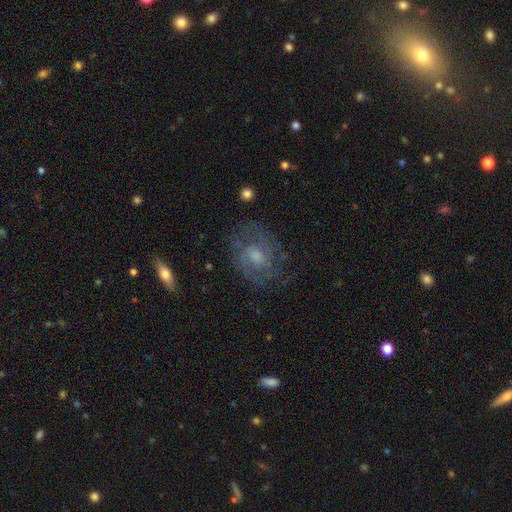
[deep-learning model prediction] A featured or disk galaxy (74%) with no bar (56%), 2 (46%) tight (47%) spiral arms (90%) and a moderate central bulge (49%).

Vote fractions:
- Smooth or featured? featured or disk: 74% / smooth: 16% / star or artifact: 10%
- Edge-on disk? no: 97% / yes: 3%
- Bar? no: 56% / weak: 38% / strong: 6%
- Spiral arms? yes: 90% / no: 10%
- Spiral winding? tight: 47% / medium: 42% / loose: 12%
- Spiral arm count? 2: 46% / can't tell: 29% / 3: 13% / 4: 4% / 1: 4% / more than 4: 3%
- Bulge size? moderate: 49% / small: 30% / large: 11% / none: 9% / dominant: 2%
- Merging? none: 74% / minor disturbance: 16% / major disturbance: 9% / merger: 1%